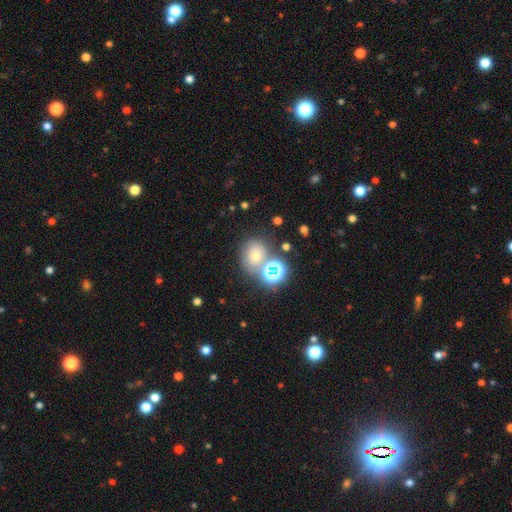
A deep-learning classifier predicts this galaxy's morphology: Smooth or featured? smooth (44%)
Merging? none (60%)